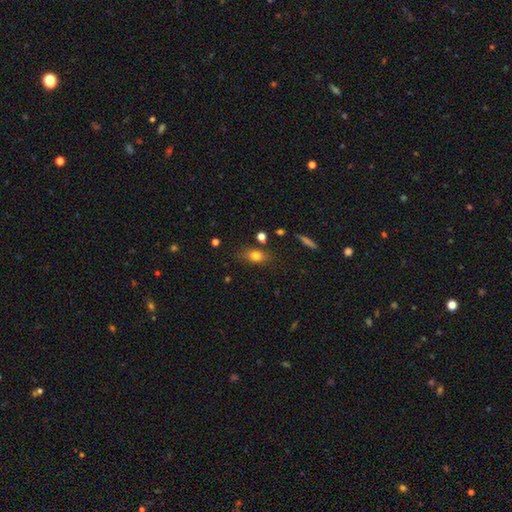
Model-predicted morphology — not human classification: type=smooth (76%); roundness=in between (73%); merging=none (74%).